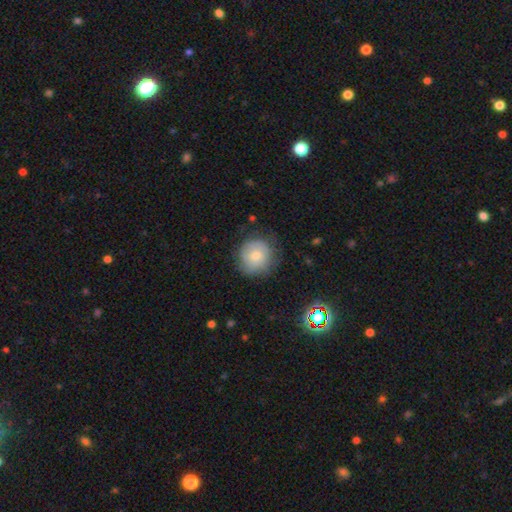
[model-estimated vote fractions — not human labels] This is likely a smooth galaxy (70%). How rounded: clearly round (90%). Merging: likely none (73%).